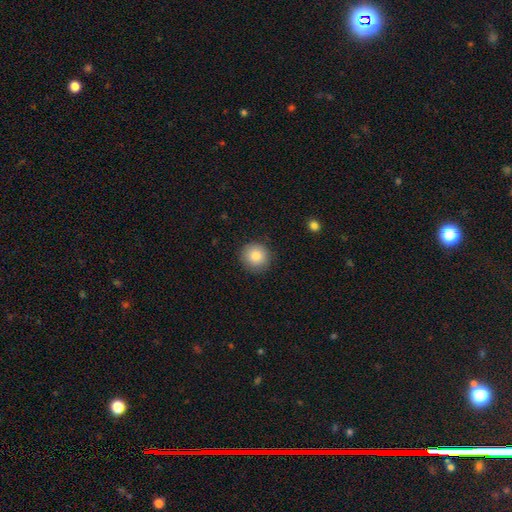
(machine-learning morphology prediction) smooth 84%, star or artifact 9%, featured or disk 7%. Down the decision tree: how rounded — round (93%); merging — none (90%).